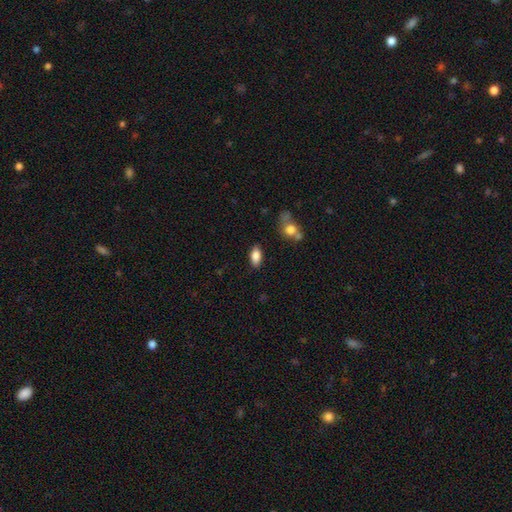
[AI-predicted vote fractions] Morphology: type=smooth (84%); roundness=in between (89%); merging=none (84%).